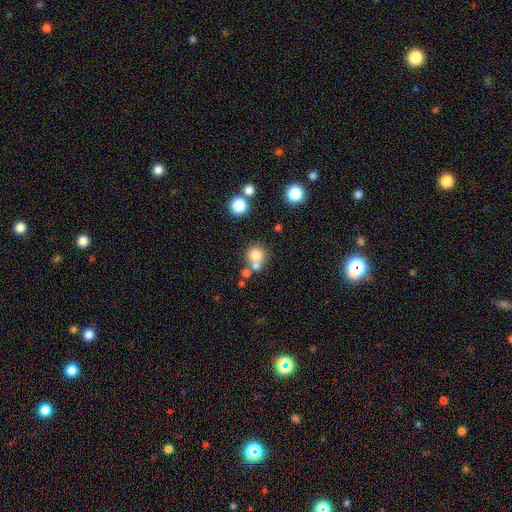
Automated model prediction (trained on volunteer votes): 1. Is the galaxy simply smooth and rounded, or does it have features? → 76% smooth, 13% star or artifact, 11% featured or disk.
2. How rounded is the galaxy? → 90% round, 9% in between, 1% cigar-shaped.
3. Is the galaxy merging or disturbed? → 56% none, 32% merger, 8% minor disturbance, 4% major disturbance.